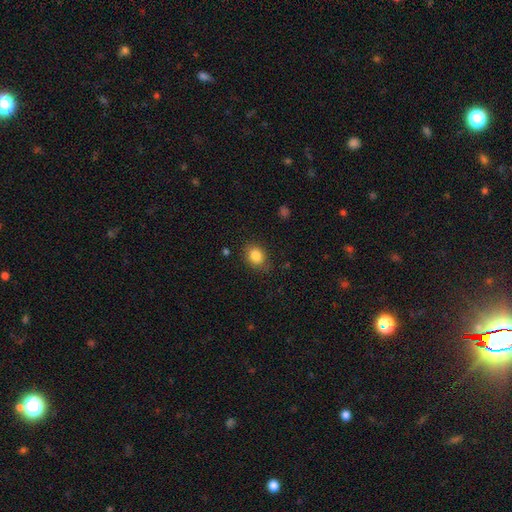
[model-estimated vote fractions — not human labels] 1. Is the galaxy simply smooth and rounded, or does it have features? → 85% smooth, 9% star or artifact, 6% featured or disk.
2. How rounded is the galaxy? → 54% in between, 44% round, 1% cigar-shaped.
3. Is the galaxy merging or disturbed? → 79% none, 16% minor disturbance, 4% major disturbance, 1% merger.